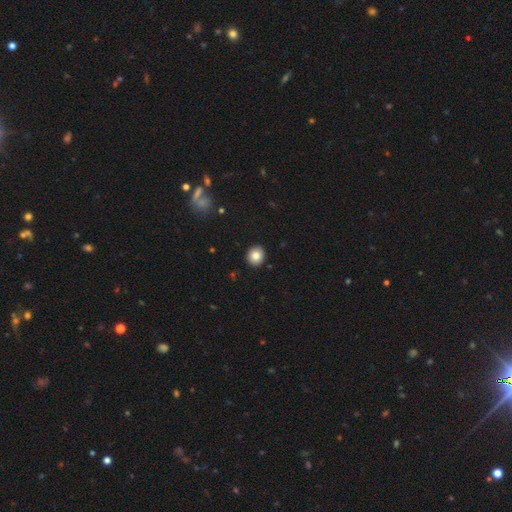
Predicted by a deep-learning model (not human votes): smooth_or_featured: smooth (p=0.84) [alt: star or artifact p=0.09]
how_rounded: round (p=0.80) [alt: in between p=0.19]
merging: none (p=0.92) [alt: minor disturbance p=0.05]